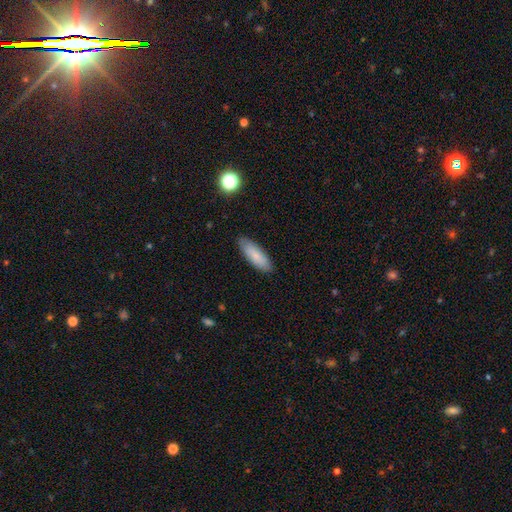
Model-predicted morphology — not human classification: smooth 82%, featured or disk 12%, star or artifact 6%. Down the decision tree: how rounded — in between (58%); merging — none (86%).